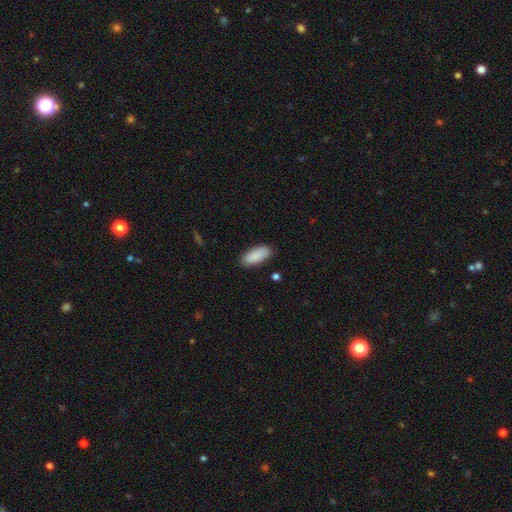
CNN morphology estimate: type=smooth (89%); roundness=in between (84%); merging=none (86%).